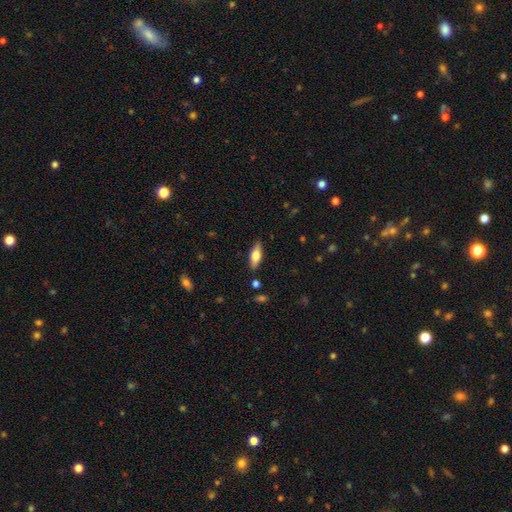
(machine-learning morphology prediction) Smooth or featured?
  - smooth: 58% *
  - featured or disk: 35%
  - star or artifact: 6%
How rounded?
  - in between: 61% *
  - cigar-shaped: 36%
  - round: 3%
Merging?
  - none: 86% *
  - minor disturbance: 11%
  - major disturbance: 2%
  - merger: 2%